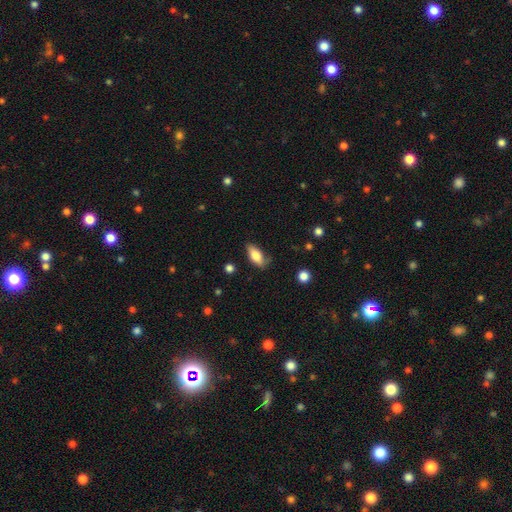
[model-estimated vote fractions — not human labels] smooth 77%, featured or disk 16%, star or artifact 7%. Down the decision tree: how rounded — in between (83%); merging — none (71%).